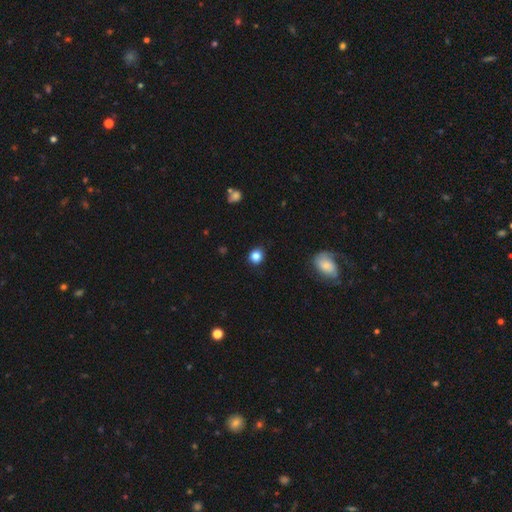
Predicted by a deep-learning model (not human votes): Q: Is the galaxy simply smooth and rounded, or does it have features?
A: smooth — 84%.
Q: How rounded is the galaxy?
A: round — 80%.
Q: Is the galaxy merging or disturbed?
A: none — 84%.